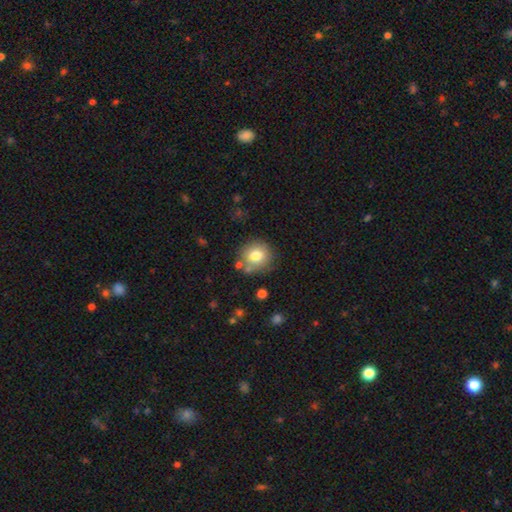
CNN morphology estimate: A smooth galaxy with no disk features (77%) that is round (87%).

Vote fractions:
- Smooth or featured? smooth: 77% / featured or disk: 12% / star or artifact: 10%
- How rounded? round: 87% / in between: 12% / cigar-shaped: 1%
- Merging? none: 76% / minor disturbance: 13% / merger: 8% / major disturbance: 4%